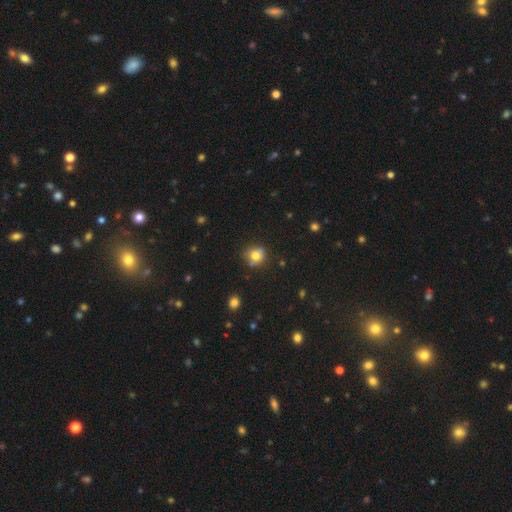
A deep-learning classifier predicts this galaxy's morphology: A smooth galaxy with no disk features (74%) that is round (79%).

Vote fractions:
- Smooth or featured? smooth: 74% / featured or disk: 14% / star or artifact: 12%
- How rounded? round: 79% / in between: 20% / cigar-shaped: 1%
- Merging? none: 66% / minor disturbance: 22% / merger: 7% / major disturbance: 6%